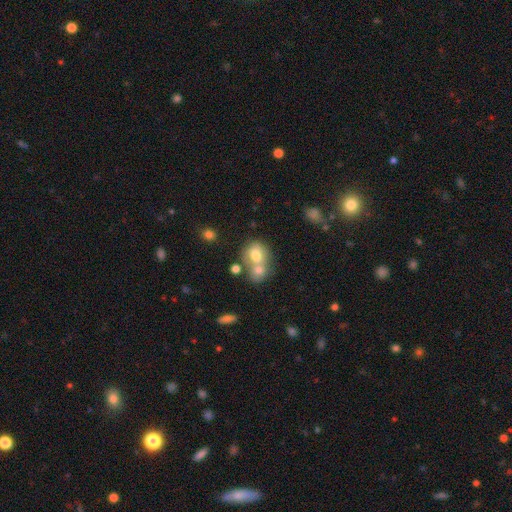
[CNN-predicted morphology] This appears to be a smooth galaxy with no disk features (70%) that is round (54%). Merging: merger (59%).